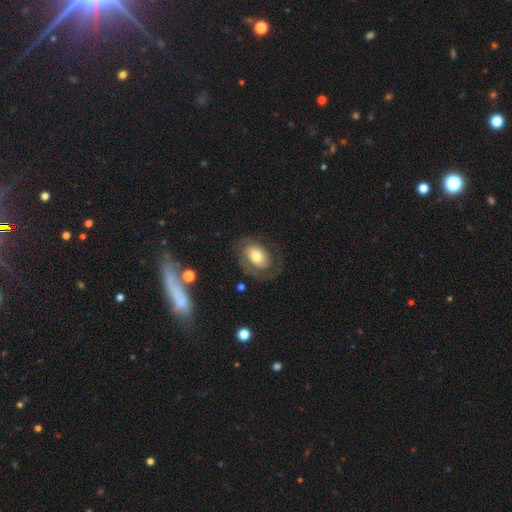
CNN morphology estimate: Smooth or featured: featured or disk — 56% (smooth — 36%)
Edge-on disk: no — 95% (yes — 5%)
Bar: no — 70% (weak — 22%)
Spiral arms: yes — 78% (no — 22%)
Bulge size: moderate — 56% (large — 20%)
Merging: none — 64% (minor disturbance — 18%)